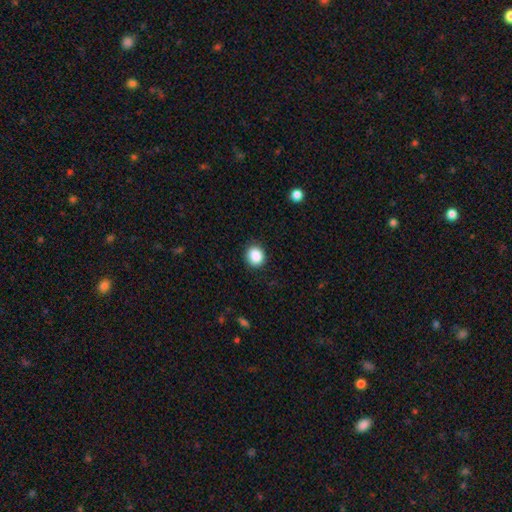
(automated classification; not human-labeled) Smooth or featured? smooth (88%)
How rounded? round (77%)
Merging? none (89%)